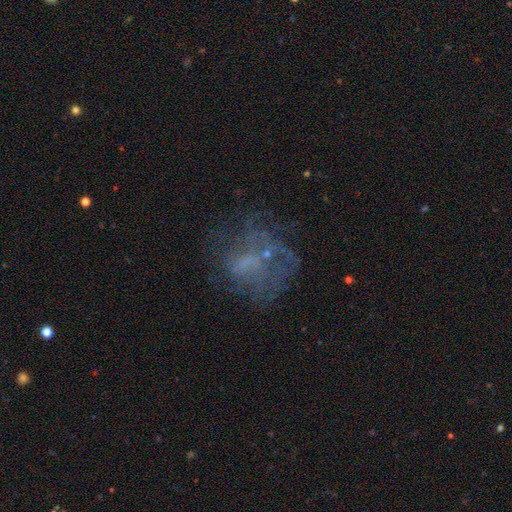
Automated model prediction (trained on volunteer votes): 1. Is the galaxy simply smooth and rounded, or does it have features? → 50% featured or disk, 25% star or artifact, 24% smooth.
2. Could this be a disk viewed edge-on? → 97% no, 3% yes.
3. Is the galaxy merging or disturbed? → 49% none, 30% major disturbance, 16% minor disturbance, 4% merger.